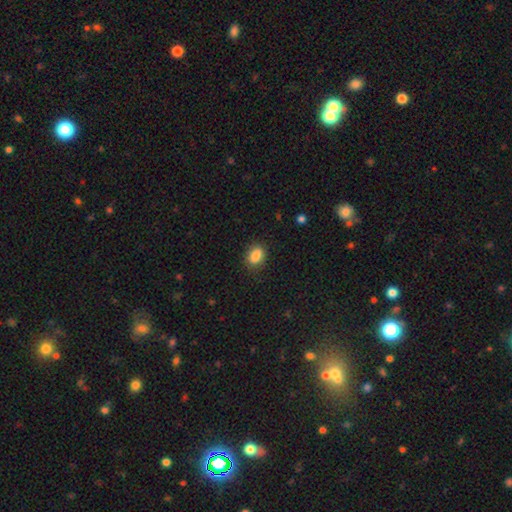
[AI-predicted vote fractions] A smooth galaxy with no disk features (86%) that is in between round and cigar-shaped (78%).

Vote fractions:
- Smooth or featured? smooth: 86% / star or artifact: 9% / featured or disk: 5%
- How rounded? in between: 78% / round: 21% / cigar-shaped: 2%
- Merging? none: 81% / minor disturbance: 15% / major disturbance: 4% / merger: 1%